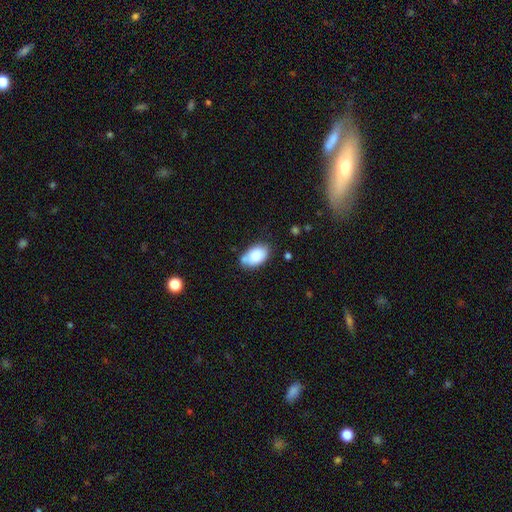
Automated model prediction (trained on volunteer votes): A smooth galaxy with no disk features (80%) that is in between round and cigar-shaped (91%).

Vote fractions:
- Smooth or featured? smooth: 80% / featured or disk: 12% / star or artifact: 7%
- How rounded? in between: 91% / round: 8% / cigar-shaped: 1%
- Merging? none: 67% / minor disturbance: 22% / merger: 7% / major disturbance: 4%